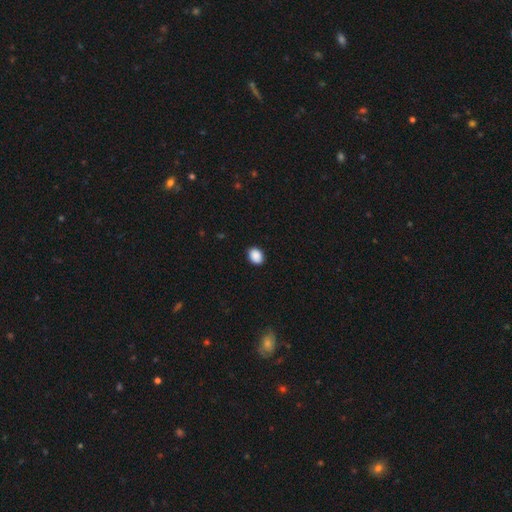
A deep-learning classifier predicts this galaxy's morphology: smooth_or_featured: smooth (p=0.90) [alt: star or artifact p=0.08]
how_rounded: in between (p=0.57) [alt: round p=0.42]
merging: none (p=0.90) [alt: minor disturbance p=0.07]